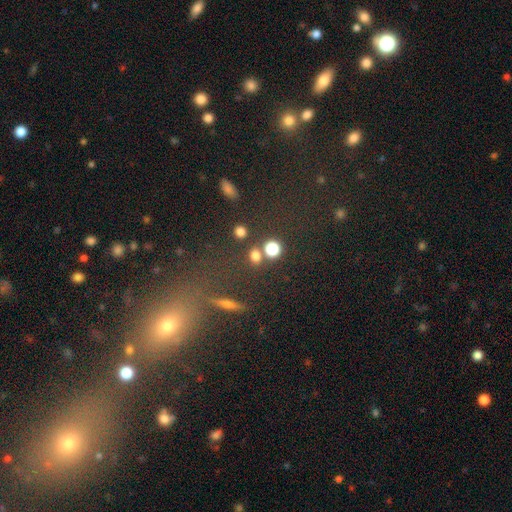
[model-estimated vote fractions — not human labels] This is likely a smooth galaxy (74%). How rounded: clearly round (82%). Merging: likely none (70%).